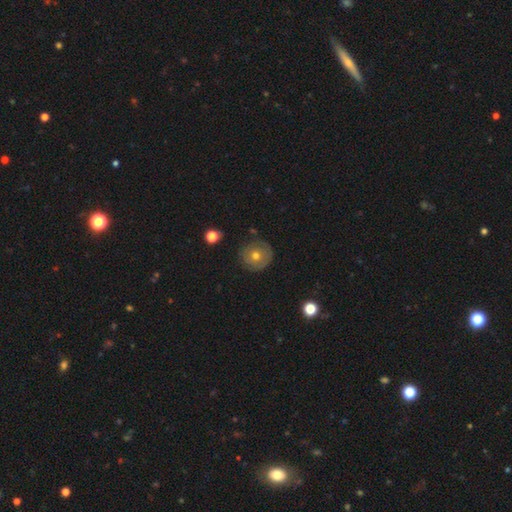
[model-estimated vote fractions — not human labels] This appears to be a smooth galaxy with no disk features (59%) that is round (93%). Merging: none (80%).